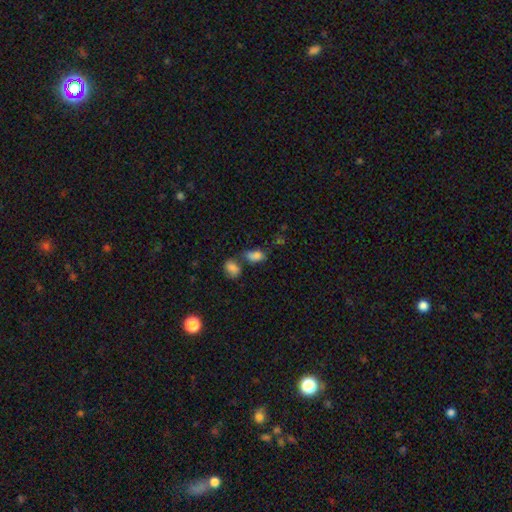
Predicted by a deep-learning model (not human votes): Q: Smooth or featured?
A: smooth (79%); runner-up: star or artifact (12%)
Q: How rounded?
A: in between (86%); runner-up: round (10%)
Q: Merging?
A: none (39%); runner-up: merger (38%)